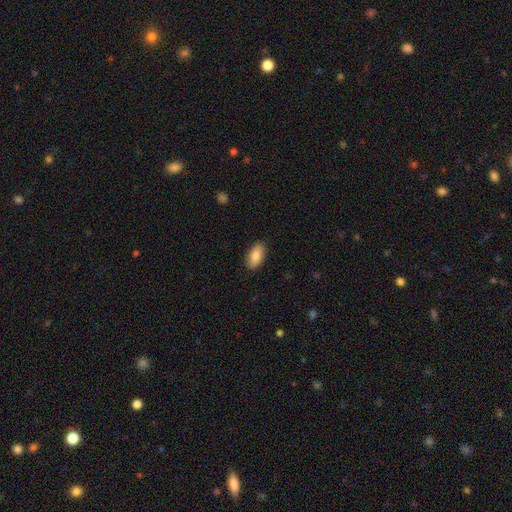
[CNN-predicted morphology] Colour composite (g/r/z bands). It shows a smooth galaxy with no disk features (84%) that is in between round and cigar-shaped (92%). Merging: none (89%).